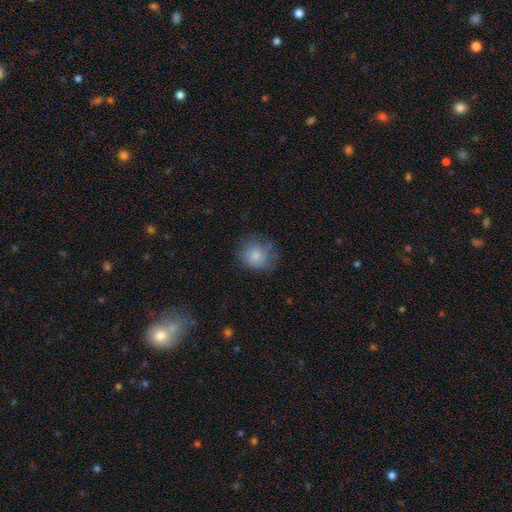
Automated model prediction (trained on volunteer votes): This is clearly a smooth galaxy (81%). How rounded: likely round (79%). Merging: likely none (62%).